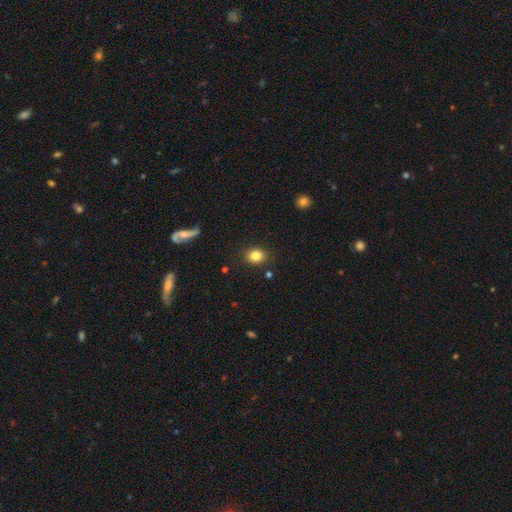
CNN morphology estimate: Smooth or featured? Predicted: smooth (p=0.83). How rounded? Predicted: round (p=0.63). Merging? Predicted: none (p=0.88).